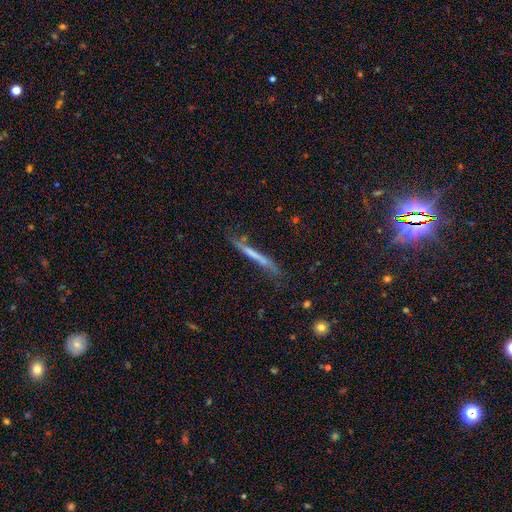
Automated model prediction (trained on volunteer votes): featured or disk 46%, smooth 45%, star or artifact 9%. Down the decision tree: merging — none (66%).